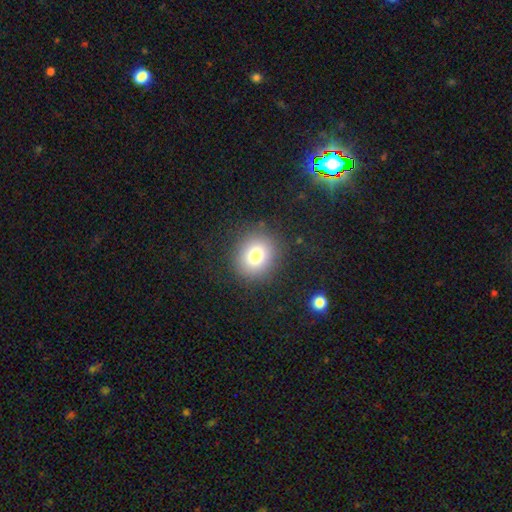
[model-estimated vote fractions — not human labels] Smooth or featured?
  - smooth: 77% *
  - star or artifact: 13%
  - featured or disk: 10%
How rounded?
  - round: 75% *
  - in between: 24%
  - cigar-shaped: 1%
Merging?
  - none: 86% *
  - minor disturbance: 9%
  - major disturbance: 4%
  - merger: 1%